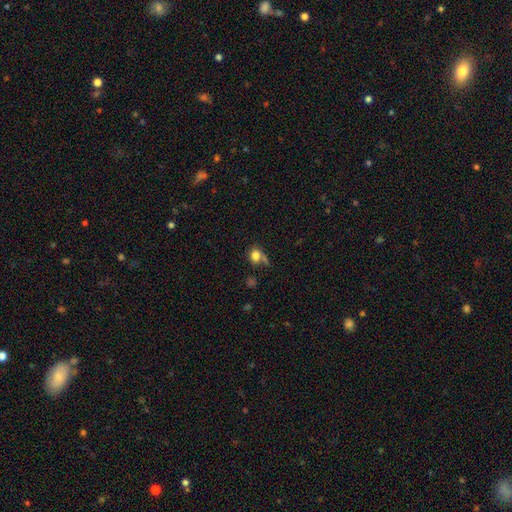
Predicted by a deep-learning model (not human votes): Morphology: type=smooth (78%); roundness=round (63%); merging=none (47%).